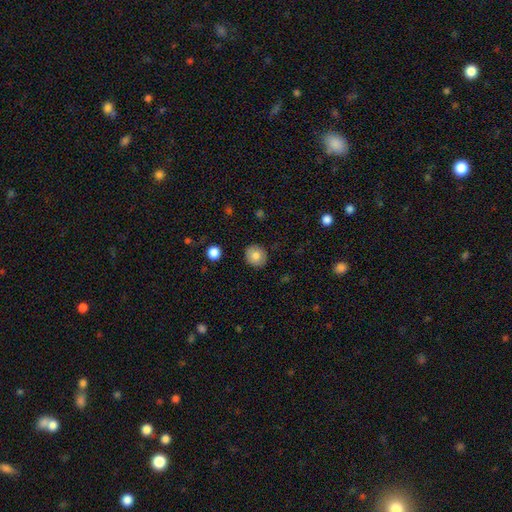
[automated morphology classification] type=smooth (80%); roundness=round (86%); merging=none (89%).